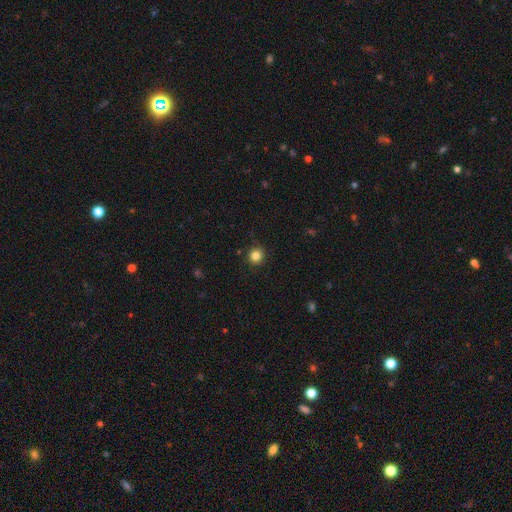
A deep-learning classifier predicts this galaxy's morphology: Overall: smooth (83%). How rounded: round (93%). Merging: none (88%).